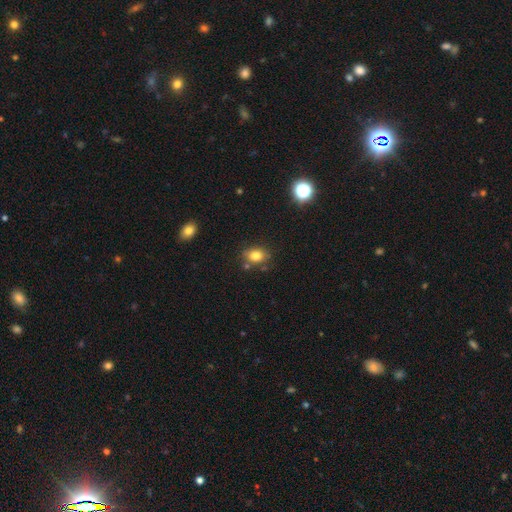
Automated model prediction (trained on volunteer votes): Morphology: type=smooth (81%); roundness=in between (57%); merging=none (74%).